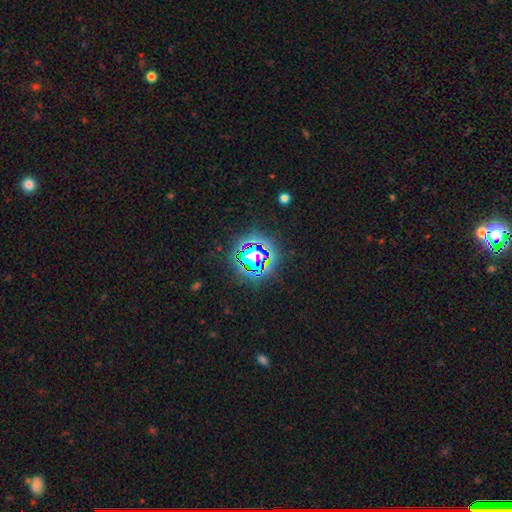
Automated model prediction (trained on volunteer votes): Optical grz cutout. It shows a star or artifact, not a galaxy (72%).